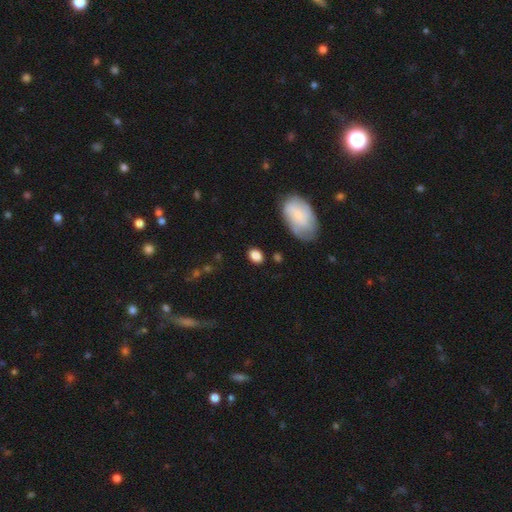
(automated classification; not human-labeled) Smooth or featured: smooth — 85% (star or artifact — 8%)
How rounded: in between — 68% (round — 30%)
Merging: none — 79% (minor disturbance — 14%)